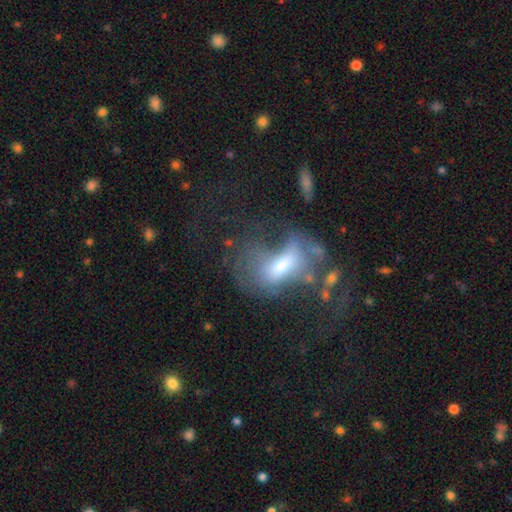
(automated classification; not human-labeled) Q: Smooth or featured?
A: featured or disk (59%); runner-up: smooth (26%)
Q: Edge-on disk?
A: no (90%); runner-up: yes (10%)
Q: Bar?
A: no (40%); runner-up: weak (39%)
Q: Spiral arms?
A: no (54%); runner-up: yes (46%)
Q: Bulge size?
A: moderate (52%); runner-up: small (31%)
Q: Merging?
A: major disturbance (45%); runner-up: none (30%)